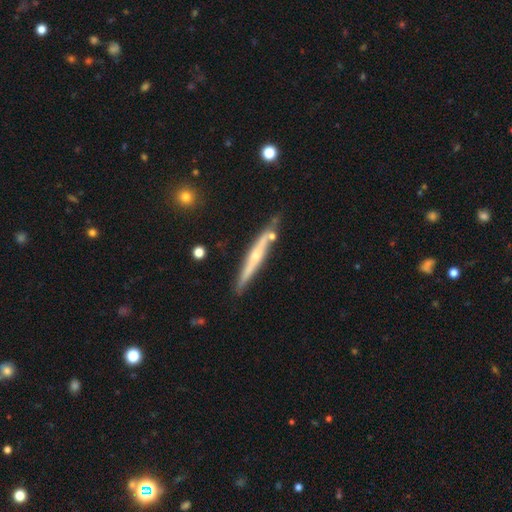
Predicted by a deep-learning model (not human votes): Smooth or featured? Predicted: featured or disk (p=0.68). Edge-on disk? Predicted: yes (p=0.94). Edge-on bulge? Predicted: rounded (p=0.74). Merging? Predicted: none (p=0.75).